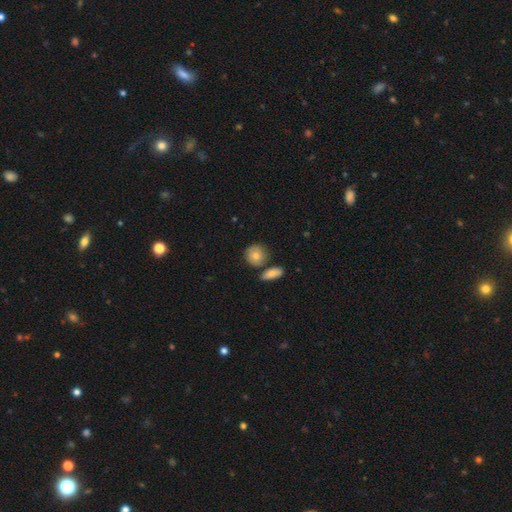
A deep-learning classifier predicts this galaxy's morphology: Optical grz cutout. It shows a smooth galaxy with no disk features (79%) that is round (82%). Merging: none (67%).